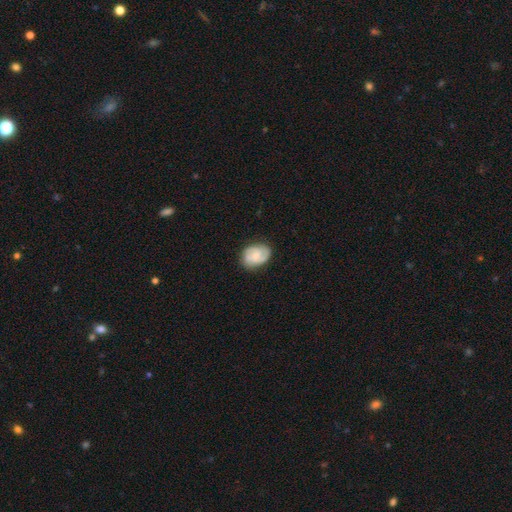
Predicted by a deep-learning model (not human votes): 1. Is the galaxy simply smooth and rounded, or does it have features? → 54% featured or disk, 39% smooth, 7% star or artifact.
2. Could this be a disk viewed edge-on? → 97% no, 3% yes.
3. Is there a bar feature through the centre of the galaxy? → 56% no, 38% weak, 6% strong.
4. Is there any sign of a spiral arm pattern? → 89% yes, 11% no.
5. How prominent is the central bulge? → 52% small, 30% moderate, 14% none, 3% large, 1% dominant.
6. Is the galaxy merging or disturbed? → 77% none, 18% minor disturbance, 4% major disturbance, 1% merger.